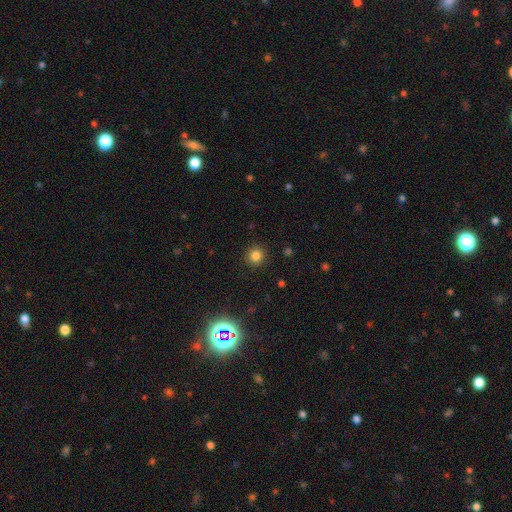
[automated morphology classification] type=smooth (80%); roundness=round (93%); merging=none (91%).